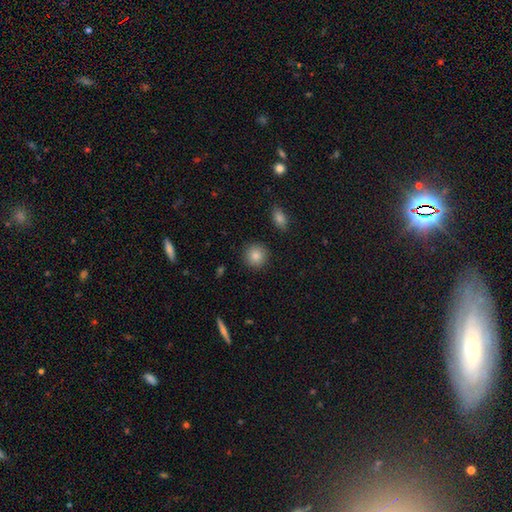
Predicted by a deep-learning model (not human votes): Smooth or featured? smooth (86%)
How rounded? round (91%)
Merging? none (91%)